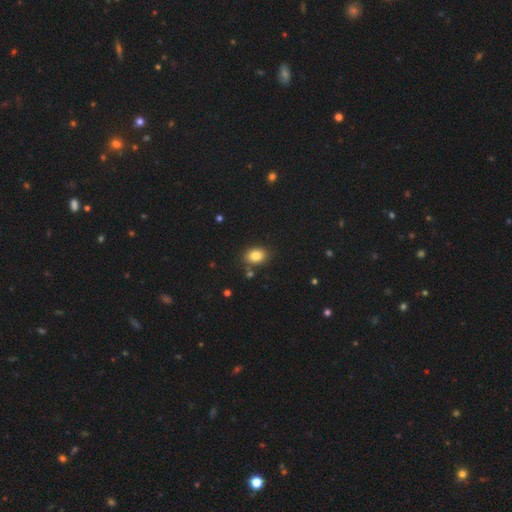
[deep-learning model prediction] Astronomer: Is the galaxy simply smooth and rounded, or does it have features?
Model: smooth — 85%.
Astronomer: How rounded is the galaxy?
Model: in between — 74%.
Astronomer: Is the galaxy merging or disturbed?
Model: none — 81%.